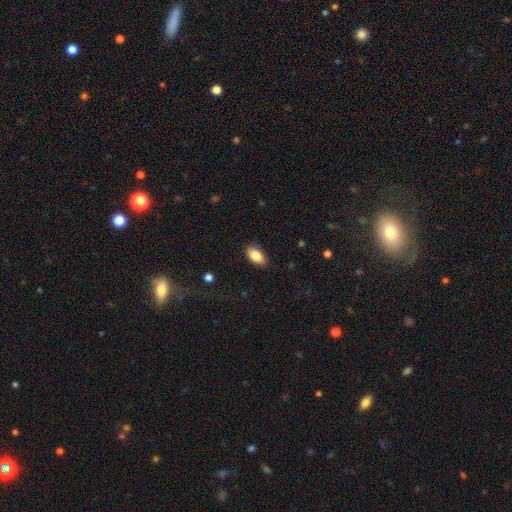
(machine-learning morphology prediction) smooth 85%, featured or disk 8%, star or artifact 7%. Down the decision tree: how rounded — in between (92%); merging — none (83%).